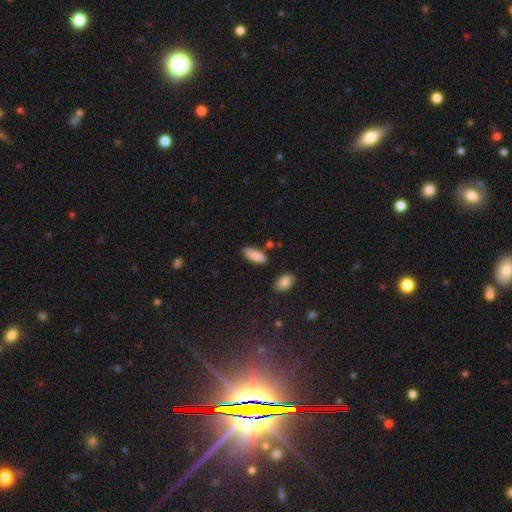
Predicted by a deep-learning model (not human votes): A smooth galaxy with no disk features (87%) that is in between round and cigar-shaped (79%). Merging: none (72%).